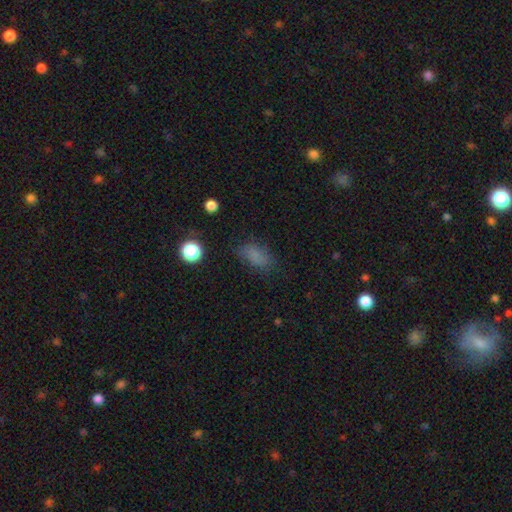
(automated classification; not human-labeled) Morphology: type=smooth (76%); roundness=in between (85%); merging=none (72%).